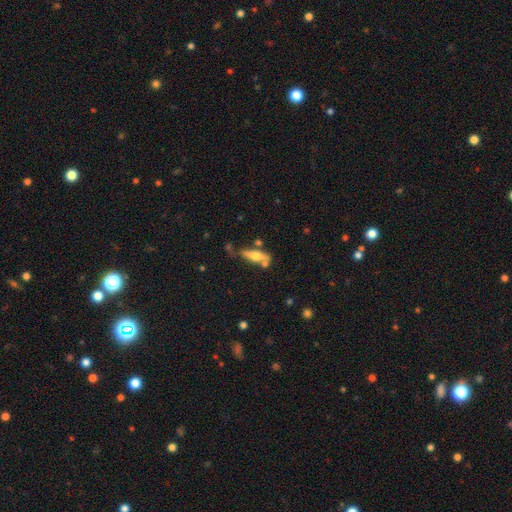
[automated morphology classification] smooth-or-featured: smooth: 52% | featured or disk: 41% | star or artifact: 7%
  how-rounded: cigar-shaped: 55% | in between: 42% | round: 3%
  merging: none: 52% | minor disturbance: 22% | merger: 17% | major disturbance: 9%